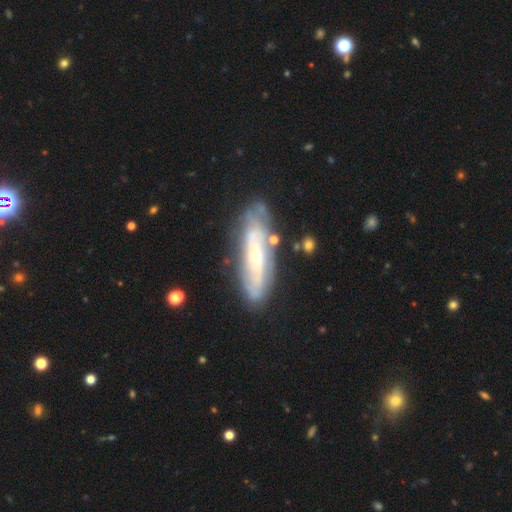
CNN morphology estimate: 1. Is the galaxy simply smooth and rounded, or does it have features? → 70% featured or disk, 24% smooth, 6% star or artifact.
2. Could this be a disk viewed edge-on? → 73% no, 27% yes.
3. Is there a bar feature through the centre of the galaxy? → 68% no, 23% weak, 9% strong.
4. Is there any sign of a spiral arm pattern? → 72% yes, 28% no.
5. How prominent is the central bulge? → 66% small, 29% moderate, 2% large, 2% none, 1% dominant.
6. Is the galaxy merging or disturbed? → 76% none, 16% minor disturbance, 5% major disturbance, 3% merger.